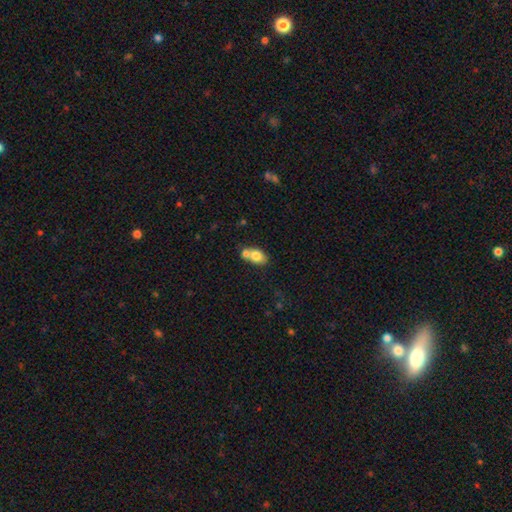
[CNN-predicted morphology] Smooth or featured: smooth — 75% (featured or disk — 16%)
How rounded: in between — 76% (round — 22%)
Merging: merger — 49% (none — 38%)